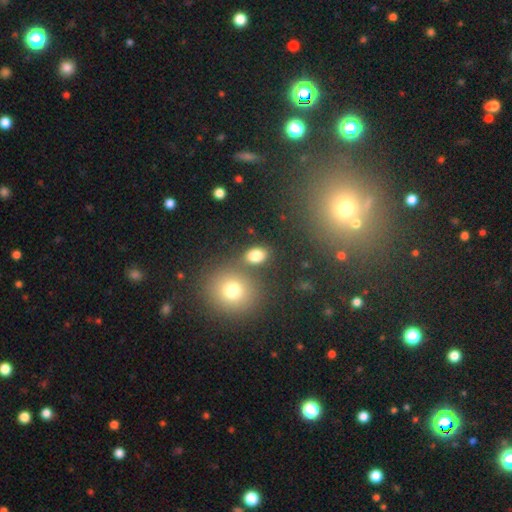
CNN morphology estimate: smooth-or-featured: smooth: 80% | star or artifact: 13% | featured or disk: 8%
  how-rounded: in between: 68% | round: 31% | cigar-shaped: 2%
  merging: none: 70% | merger: 15% | minor disturbance: 11% | major disturbance: 5%